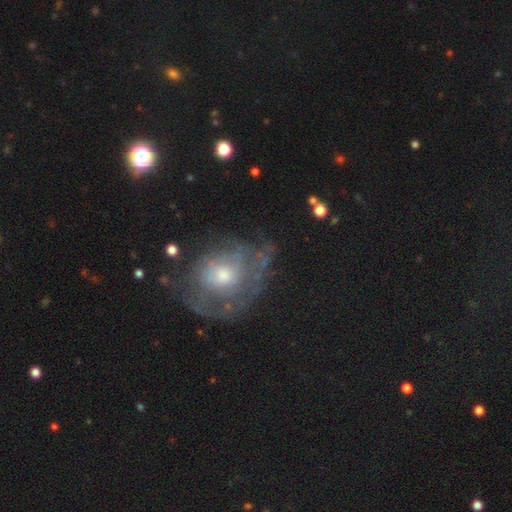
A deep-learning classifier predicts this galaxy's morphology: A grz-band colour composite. It shows a featured or disk galaxy (61%) with no bar (83%), spiral arms (55%) and a moderate central bulge (54%). Merging: none (55%).